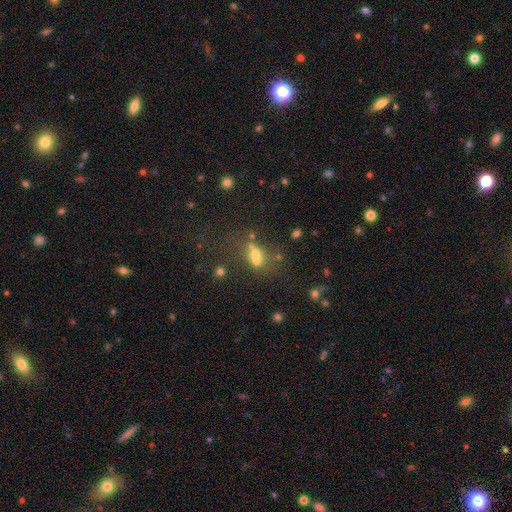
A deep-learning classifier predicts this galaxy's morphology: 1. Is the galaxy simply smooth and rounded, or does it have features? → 49% smooth, 29% star or artifact, 22% featured or disk.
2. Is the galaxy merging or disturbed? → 40% merger (tied), 40% none (tied), 11% minor disturbance, 9% major disturbance.